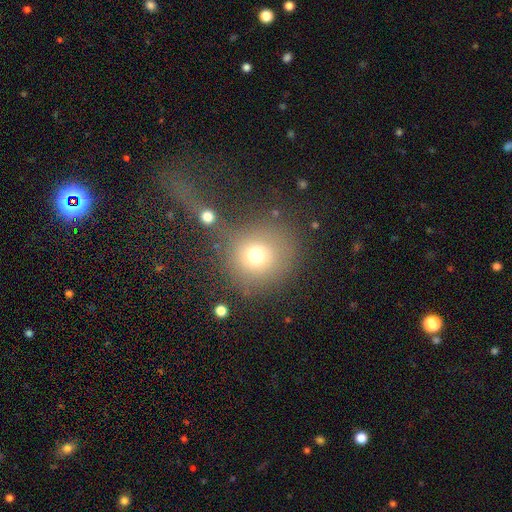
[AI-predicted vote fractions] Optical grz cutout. It shows a smooth galaxy with no disk features (72%) that is round (90%). Merging: none (69%).